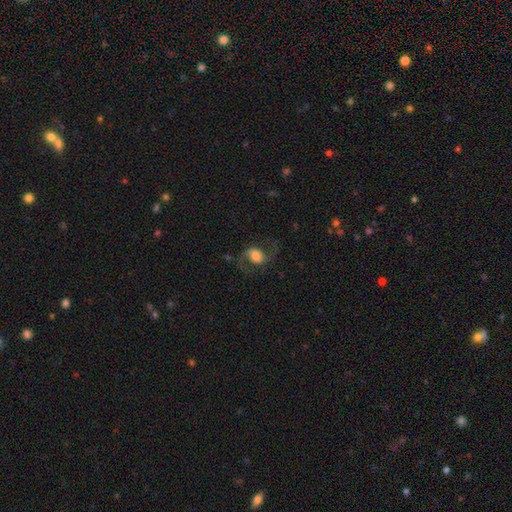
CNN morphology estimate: type=featured or disk (70%); edge-on=no (97%); bar=no (51%); spiral arms=yes (93%); winding=loose (54%); arm count=2 (91%); bulge=large (42%); merging=none (69%).